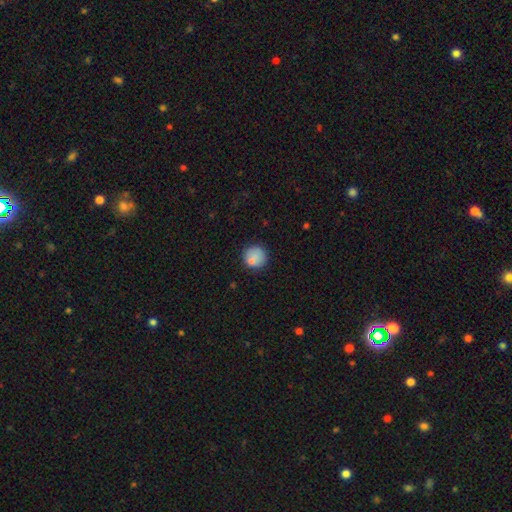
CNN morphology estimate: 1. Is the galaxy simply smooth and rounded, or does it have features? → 81% smooth, 10% star or artifact, 9% featured or disk.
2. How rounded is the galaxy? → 91% round, 8% in between, 1% cigar-shaped.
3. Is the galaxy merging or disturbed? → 76% none, 15% minor disturbance, 5% merger, 4% major disturbance.